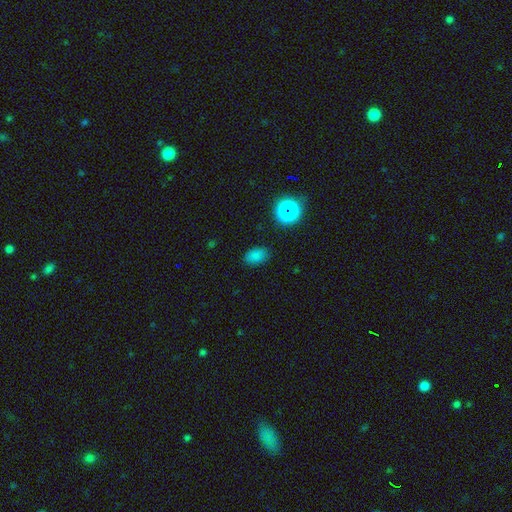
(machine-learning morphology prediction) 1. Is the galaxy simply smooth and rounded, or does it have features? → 79% smooth, 16% star or artifact, 5% featured or disk.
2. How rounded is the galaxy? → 80% in between, 19% round, 1% cigar-shaped.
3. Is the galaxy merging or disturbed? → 84% none, 12% minor disturbance, 3% major disturbance, 1% merger.